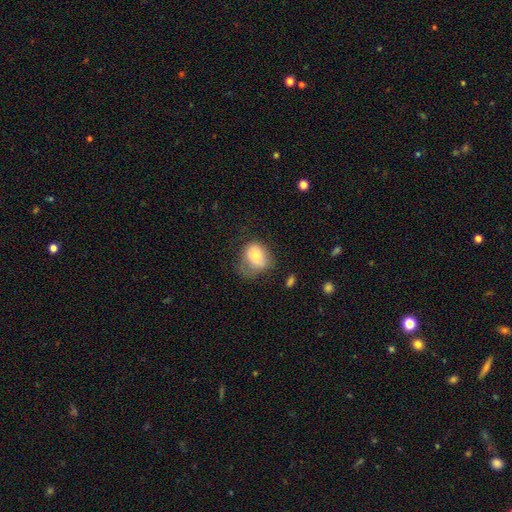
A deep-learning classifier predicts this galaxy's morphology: Smooth or featured: smooth — 70% (featured or disk — 22%)
How rounded: in between — 50% (round — 49%)
Merging: none — 35% (minor disturbance — 34%)